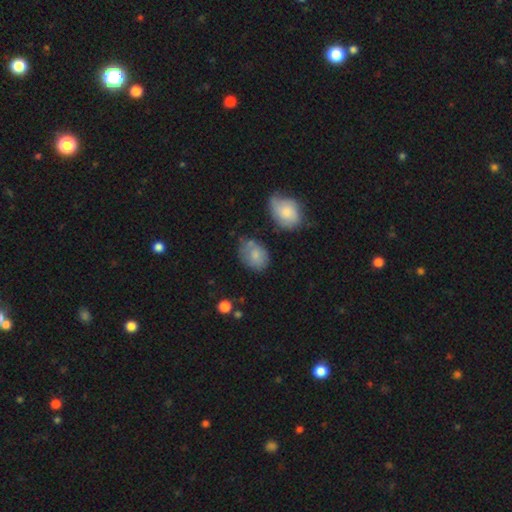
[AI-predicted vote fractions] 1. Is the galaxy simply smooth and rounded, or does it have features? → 76% smooth, 16% featured or disk, 8% star or artifact.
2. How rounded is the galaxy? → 71% in between, 28% round, 1% cigar-shaped.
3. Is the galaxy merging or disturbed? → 52% none, 29% minor disturbance, 9% merger, 9% major disturbance.